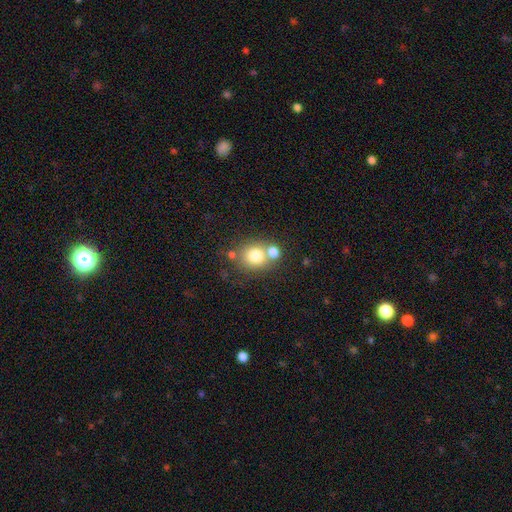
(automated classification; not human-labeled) Smooth or featured?
  - smooth: 76% *
  - featured or disk: 13%
  - star or artifact: 12%
How rounded?
  - round: 76% *
  - in between: 23%
  - cigar-shaped: 1%
Merging?
  - none: 54% *
  - merger: 33%
  - minor disturbance: 10%
  - major disturbance: 4%